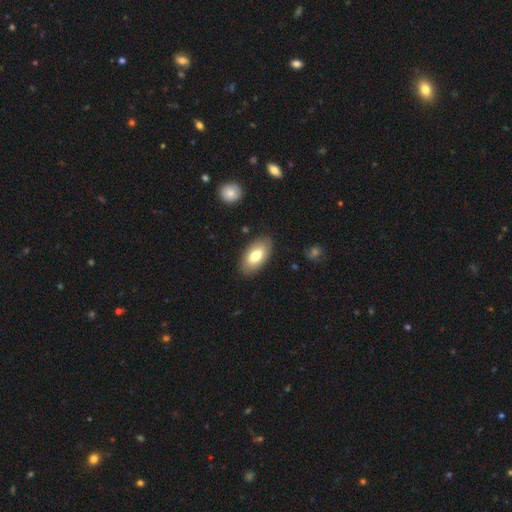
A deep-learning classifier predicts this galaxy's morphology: smooth_or_featured: smooth (p=0.75) [alt: featured or disk p=0.19]
how_rounded: in between (p=0.93) [alt: cigar-shaped p=0.04]
merging: none (p=0.87) [alt: minor disturbance p=0.09]